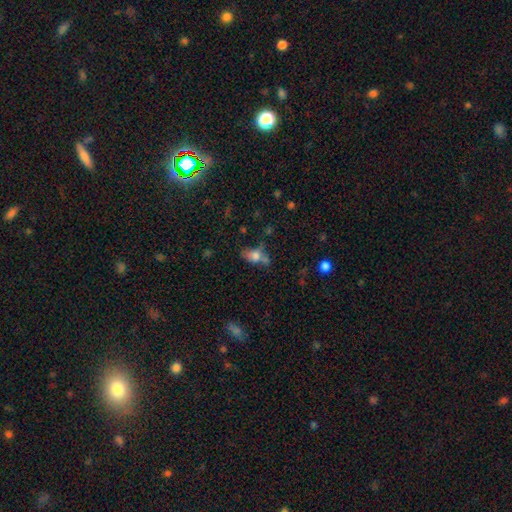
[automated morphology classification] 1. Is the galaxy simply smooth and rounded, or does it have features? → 68% smooth, 18% featured or disk, 14% star or artifact.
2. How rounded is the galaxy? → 77% in between, 17% round, 5% cigar-shaped.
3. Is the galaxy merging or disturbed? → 40% none, 23% minor disturbance, 22% merger, 15% major disturbance.